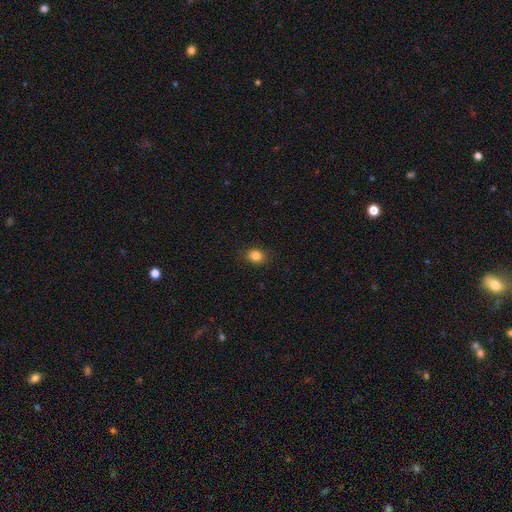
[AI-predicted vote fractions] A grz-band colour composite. It shows a smooth galaxy with no disk features (84%) that is round (56%). Merging: none (88%).